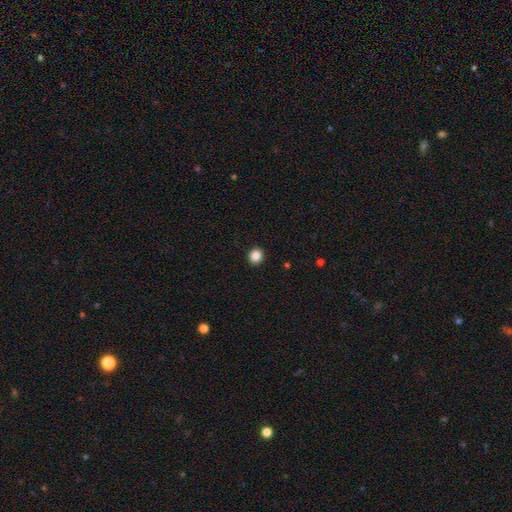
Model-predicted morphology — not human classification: Smooth or featured: smooth — 87% (star or artifact — 10%)
How rounded: round — 82% (in between — 17%)
Merging: none — 92% (minor disturbance — 5%)